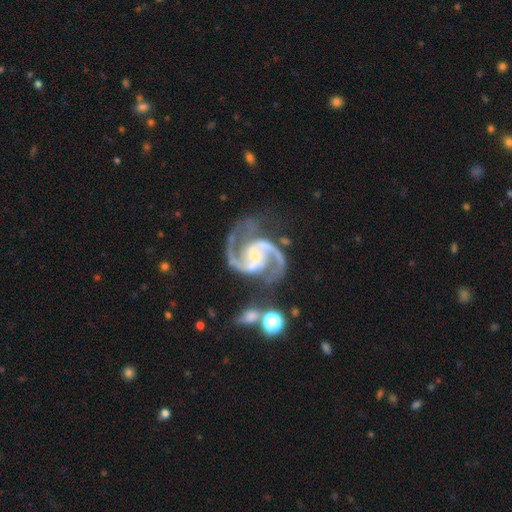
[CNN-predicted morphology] Smooth or featured: featured or disk — 94% (star or artifact — 4%)
Edge-on disk: no — 98% (yes — 2%)
Bar: weak — 46% (strong — 29%)
Spiral arms: yes — 99% (no — 1%)
Spiral winding: medium — 70% (loose — 16%)
Spiral arm count: 2 — 94% (3 — 2%)
Bulge size: small — 52% (moderate — 27%)
Merging: none — 65% (minor disturbance — 18%)